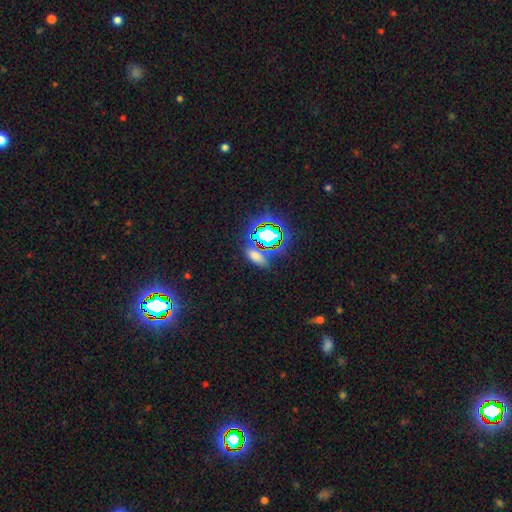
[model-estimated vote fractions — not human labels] Smooth or featured? smooth (48%)
Merging? none (72%)